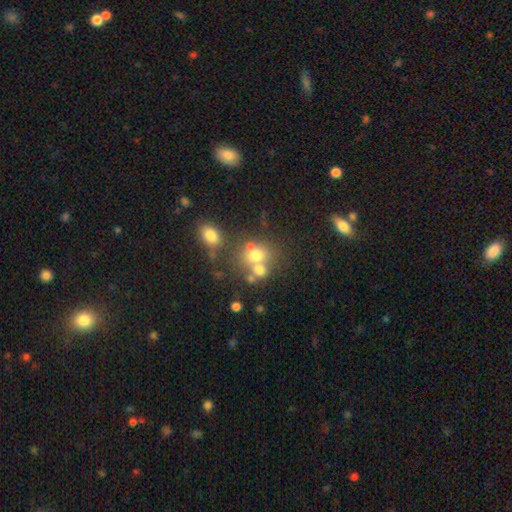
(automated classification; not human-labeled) Smooth or featured? smooth (66%)
How rounded? round (65%)
Merging? merger (42%)